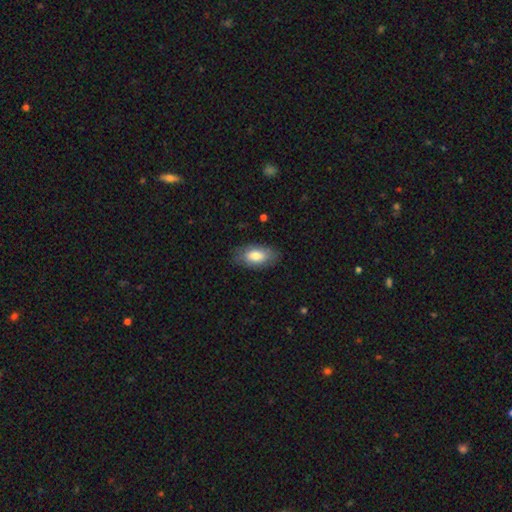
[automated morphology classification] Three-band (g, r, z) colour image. It shows a smooth galaxy with no disk features (80%) that is in between round and cigar-shaped (92%). Merging: none (80%).